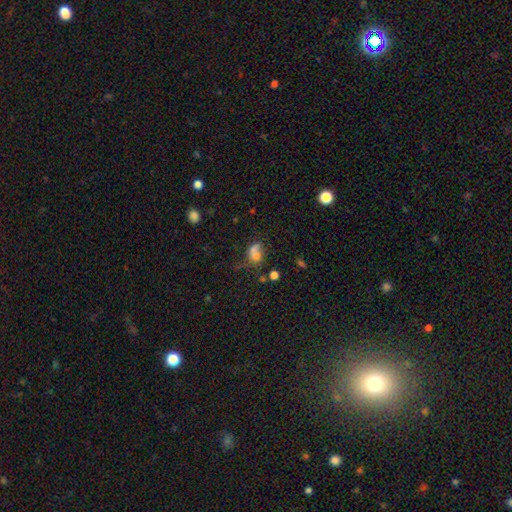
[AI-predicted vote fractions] Smooth or featured?
  - smooth: 63% *
  - featured or disk: 20%
  - star or artifact: 17%
How rounded?
  - in between: 55% *
  - round: 43%
  - cigar-shaped: 2%
Merging?
  - merger: 31% *
  - none: 30%
  - major disturbance: 21%
  - minor disturbance: 18%